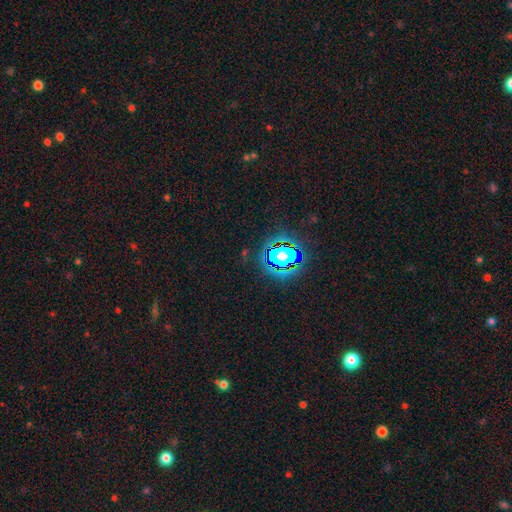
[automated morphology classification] smooth_or_featured: star or artifact (p=0.78) [alt: smooth p=0.14]